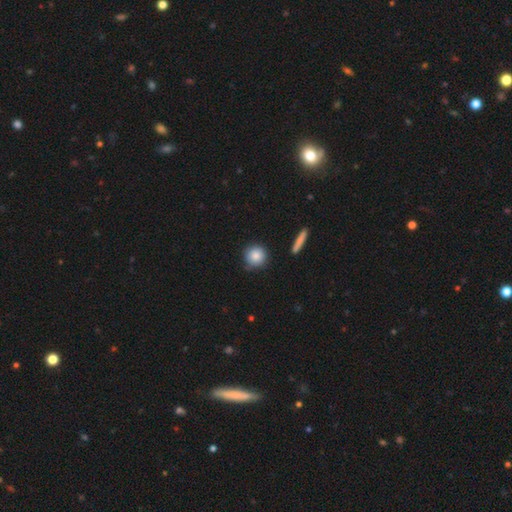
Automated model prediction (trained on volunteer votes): This is clearly a smooth galaxy (85%). How rounded: clearly round (93%). Merging: clearly none (85%).